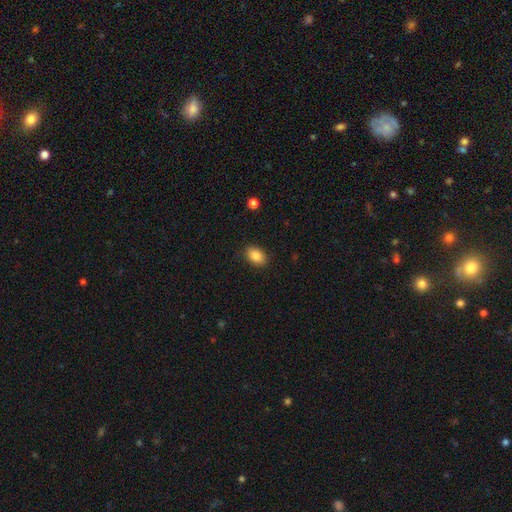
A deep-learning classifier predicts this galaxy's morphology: Overall: smooth (86%). How rounded: in between (84%). Merging: none (88%).